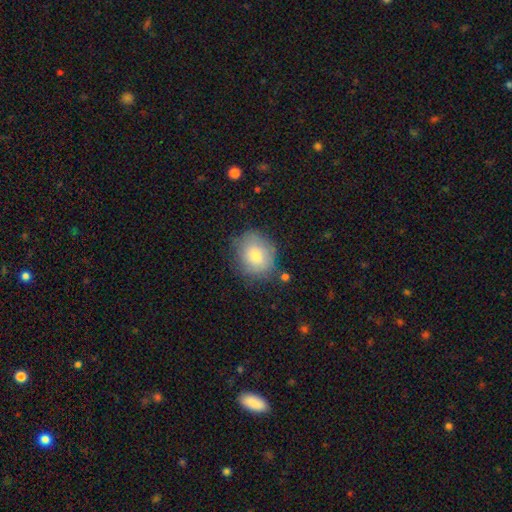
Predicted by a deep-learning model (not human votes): The model was most divided on "how rounded": round: 64%, in between: 35%, cigar-shaped: 1%. More confident: smooth or featured — smooth (76%); merging — none (73%).